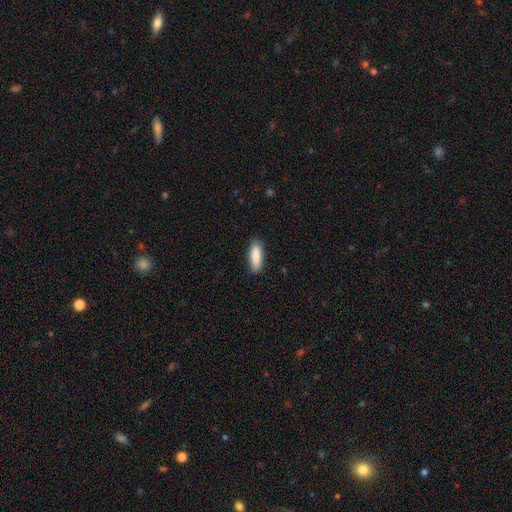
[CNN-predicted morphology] smooth_or_featured: smooth (p=0.87) [alt: featured or disk p=0.08]
how_rounded: in between (p=0.57) [alt: cigar-shaped p=0.41]
merging: none (p=0.86) [alt: minor disturbance p=0.11]